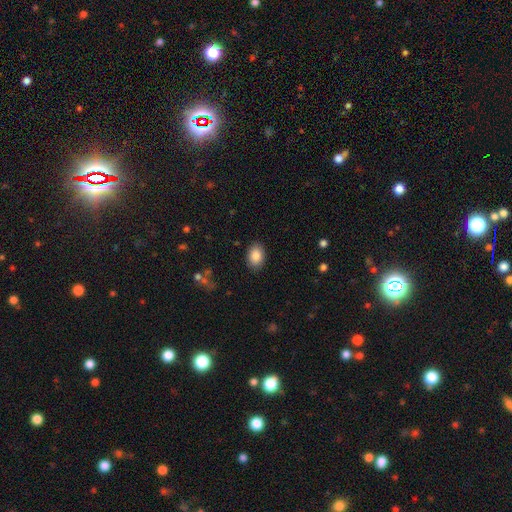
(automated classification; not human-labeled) Morphology: type=smooth (87%); roundness=in between (83%); merging=none (88%).